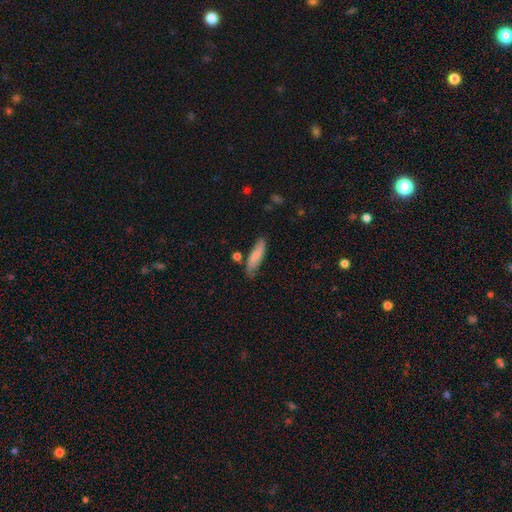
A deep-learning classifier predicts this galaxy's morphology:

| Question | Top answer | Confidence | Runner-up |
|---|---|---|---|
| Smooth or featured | smooth | 73% | featured or disk (21%) |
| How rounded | cigar-shaped | 61% | in between (37%) |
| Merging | none | 68% | minor disturbance (23%) |